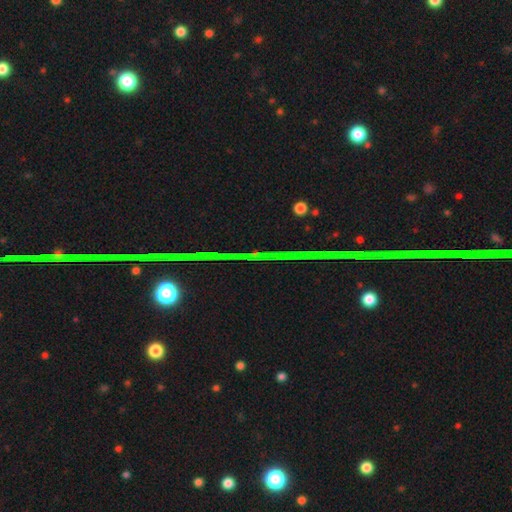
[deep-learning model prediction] Smooth or featured? star or artifact (82%)